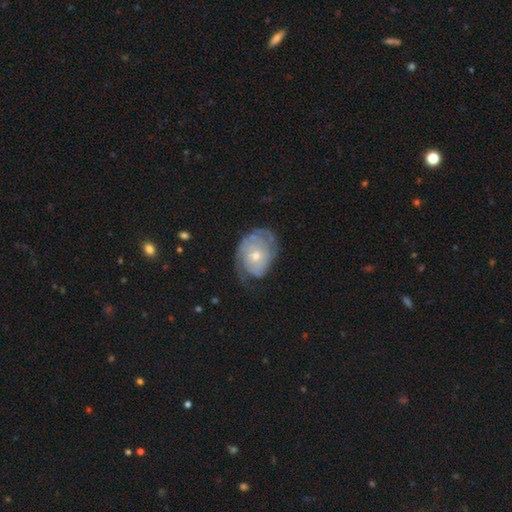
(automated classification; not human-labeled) A featured or disk galaxy (67%) with no bar (83%), spiral arms (75%) and a moderate central bulge (52%). Merging: none (53%).